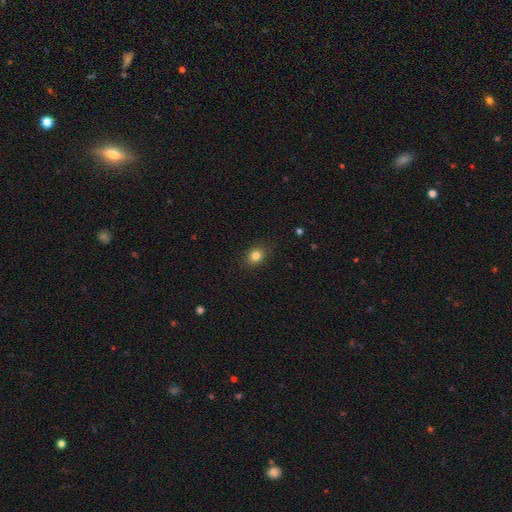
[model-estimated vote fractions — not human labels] smooth-or-featured: smooth: 82% | star or artifact: 11% | featured or disk: 6%
  how-rounded: round: 56% | in between: 43% | cigar-shaped: 1%
  merging: none: 88% | minor disturbance: 9% | major disturbance: 2% | merger: 1%